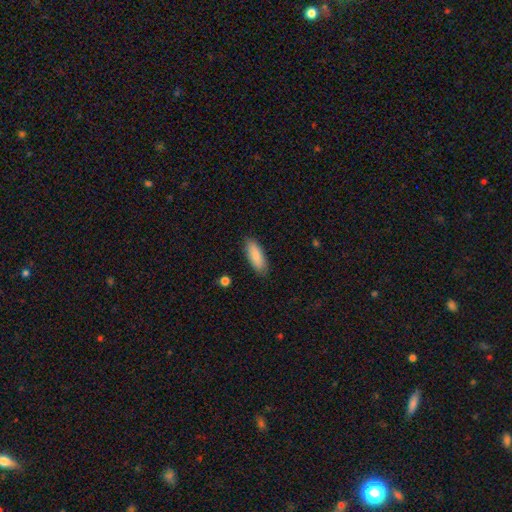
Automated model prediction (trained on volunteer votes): A smooth galaxy with no disk features (84%) that is in between round and cigar-shaped (71%). Merging: none (86%).